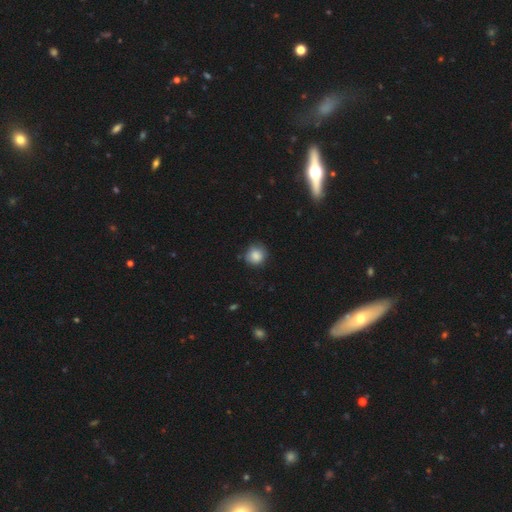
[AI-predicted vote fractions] This is clearly a smooth galaxy (85%). How rounded: clearly round (89%). Merging: likely none (76%).